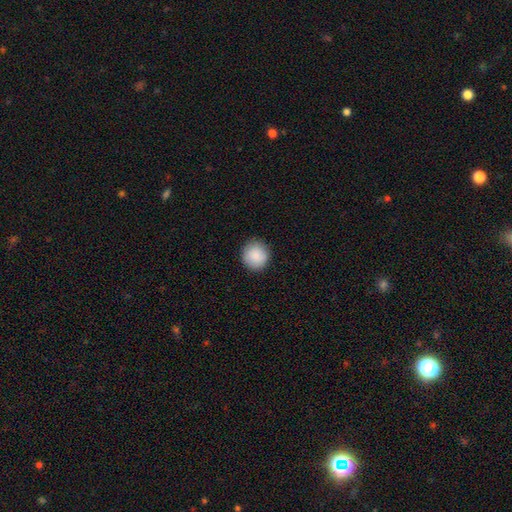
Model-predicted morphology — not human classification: This appears to be a smooth galaxy with no disk features (89%) that is round (92%). Merging: none (90%).